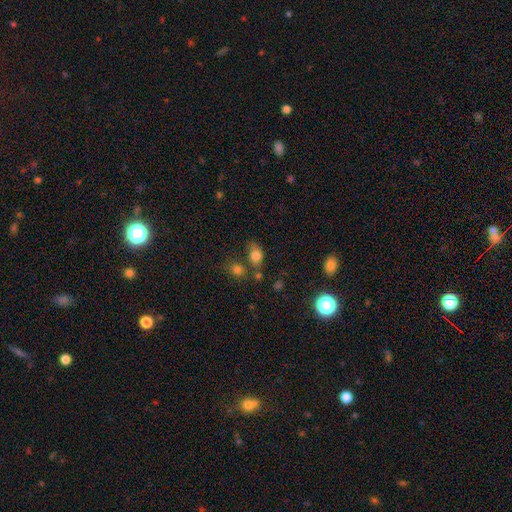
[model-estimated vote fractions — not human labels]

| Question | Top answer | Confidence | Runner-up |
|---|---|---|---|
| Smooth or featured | smooth | 78% | star or artifact (13%) |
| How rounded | in between | 71% | round (27%) |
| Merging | none | 52% | minor disturbance (22%) |